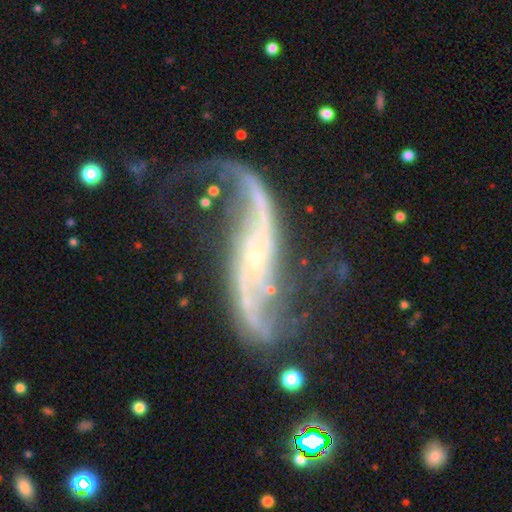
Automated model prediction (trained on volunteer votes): Smooth or featured? Predicted: featured or disk (p=0.90). Edge-on disk? Predicted: no (p=0.90). Bar? Predicted: no (p=0.54). Spiral arms? Predicted: yes (p=0.96). Spiral winding? Predicted: loose (p=0.85). Spiral arm count? Predicted: 2 (p=0.92). Bulge size? Predicted: small (p=0.78). Merging? Predicted: none (p=0.55).